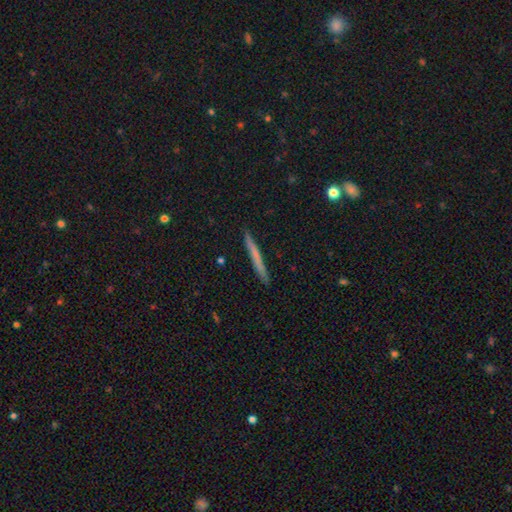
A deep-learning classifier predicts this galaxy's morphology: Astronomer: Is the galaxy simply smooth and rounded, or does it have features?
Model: smooth — 57% (runner-up: featured or disk, 36%).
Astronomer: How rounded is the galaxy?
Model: cigar-shaped — 97%.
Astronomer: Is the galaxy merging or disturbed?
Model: none — 91%.